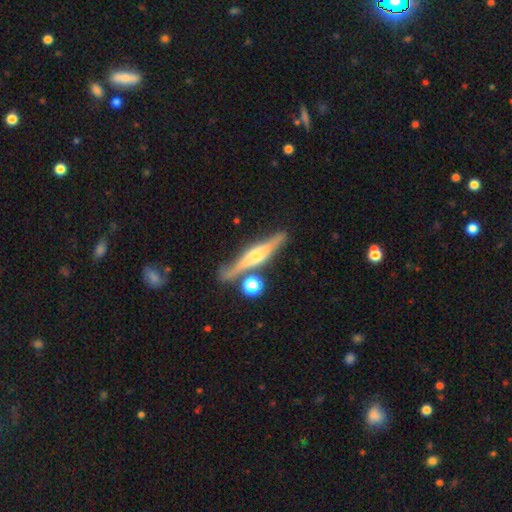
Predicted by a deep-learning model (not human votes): This is likely a featured or disk galaxy (72%). It is clearly viewed edge-on (95%). Edge-on bulge: clearly rounded (87%). Merging: likely none (76%).